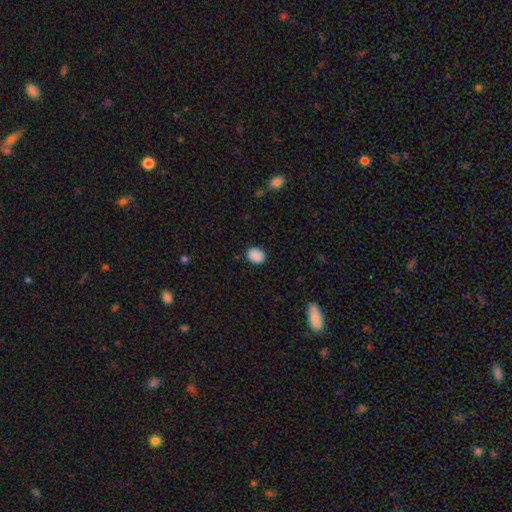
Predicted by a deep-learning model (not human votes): smooth_or_featured: smooth (p=0.89) [alt: star or artifact p=0.08]
how_rounded: in between (p=0.54) [alt: round p=0.45]
merging: none (p=0.87) [alt: minor disturbance p=0.10]